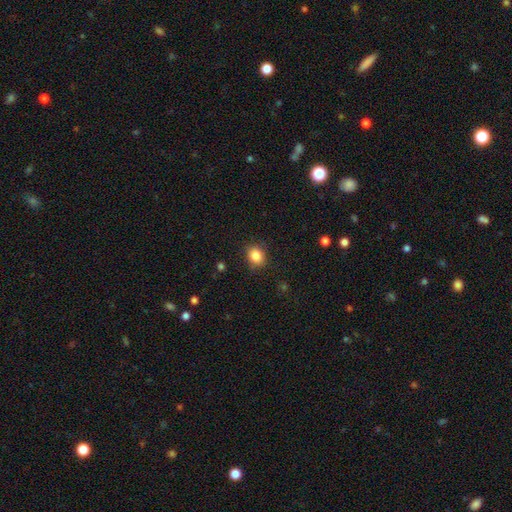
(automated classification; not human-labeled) Q: Smooth or featured?
A: smooth (86%); runner-up: star or artifact (10%)
Q: How rounded?
A: round (59%); runner-up: in between (40%)
Q: Merging?
A: none (84%); runner-up: minor disturbance (11%)